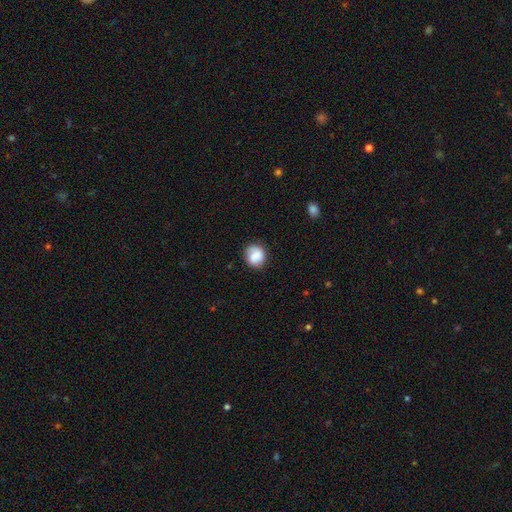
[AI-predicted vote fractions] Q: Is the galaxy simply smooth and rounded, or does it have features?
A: smooth — 78%.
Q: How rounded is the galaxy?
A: round — 82%.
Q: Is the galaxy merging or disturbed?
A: none — 77%.